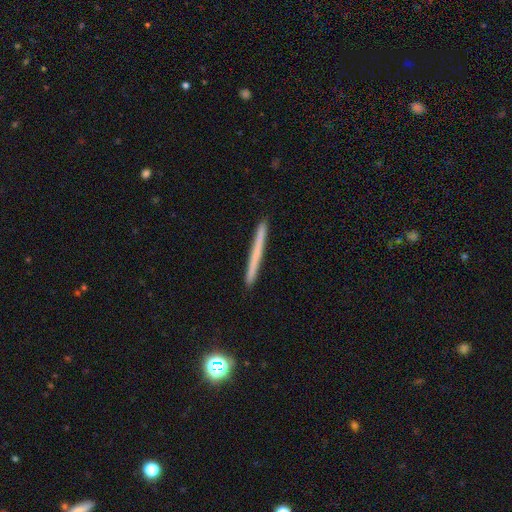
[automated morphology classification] The model was most divided on "smooth or featured": smooth: 56%, featured or disk: 37%, star or artifact: 7%. More confident: how rounded — cigar-shaped (97%); merging — none (92%).